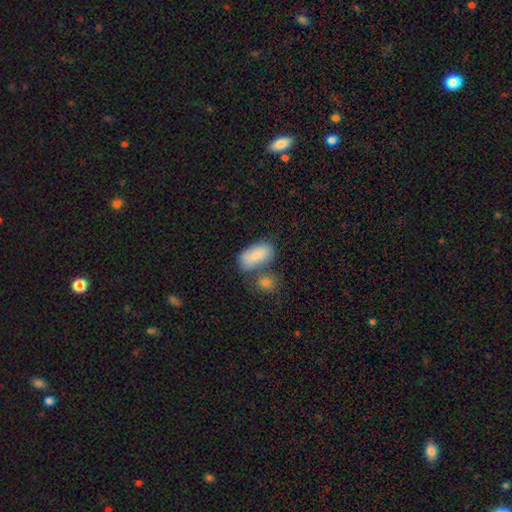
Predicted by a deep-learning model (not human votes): Overall: smooth (84%). How rounded: in between (92%). Merging: none (50%; merger 28%).